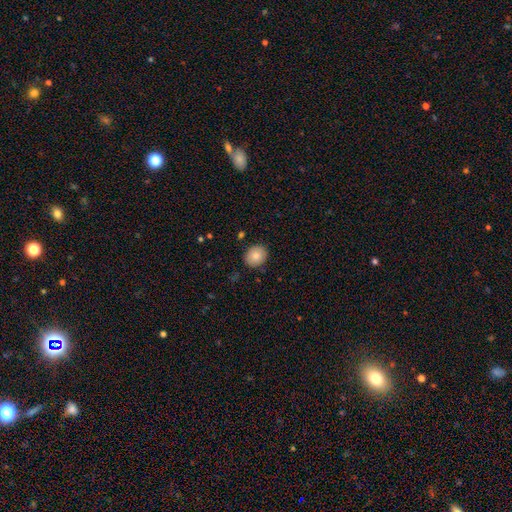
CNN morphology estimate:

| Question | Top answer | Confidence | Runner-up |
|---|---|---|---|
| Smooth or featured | smooth | 83% | featured or disk (8%) |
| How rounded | round | 70% | in between (30%) |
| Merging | none | 88% | minor disturbance (9%) |